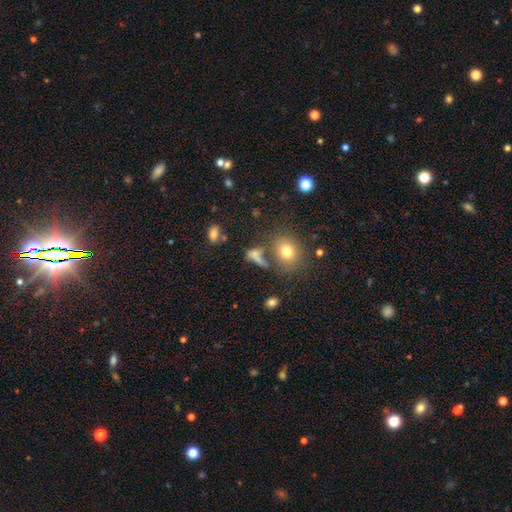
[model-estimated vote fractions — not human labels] Overall: smooth (70%). How rounded: in between (51%; round 29%). Merging: none (46%; merger 26%).